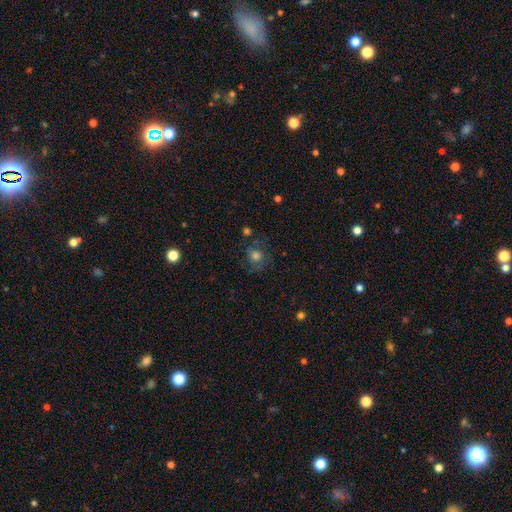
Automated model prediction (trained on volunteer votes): Morphology: type=smooth (55%); roundness=round (80%); merging=none (67%).